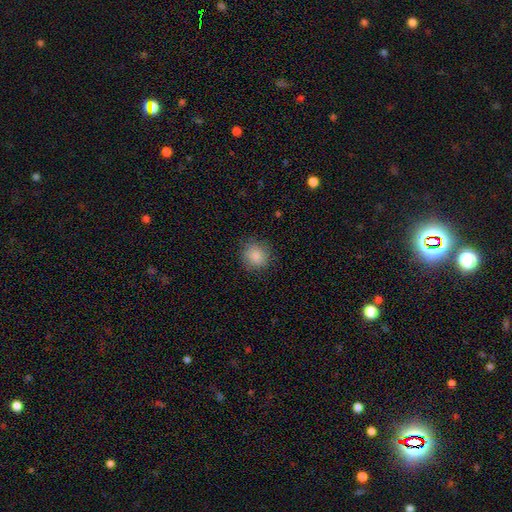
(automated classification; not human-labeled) Morphology: type=smooth (86%); roundness=round (89%); merging=none (86%).